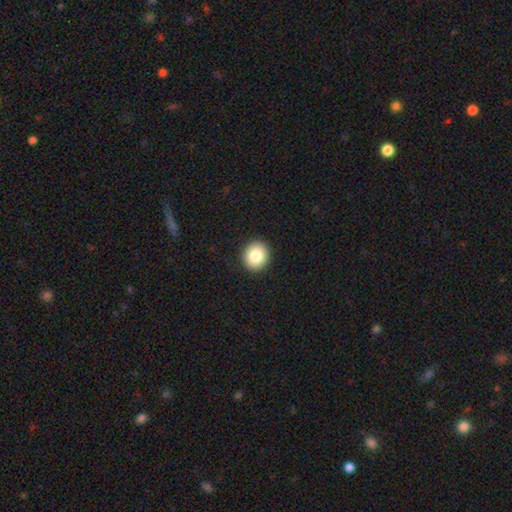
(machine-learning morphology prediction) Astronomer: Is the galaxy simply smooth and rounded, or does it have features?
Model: smooth — 84%.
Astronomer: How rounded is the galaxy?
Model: round — 82%.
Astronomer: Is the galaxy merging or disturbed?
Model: none — 92%.